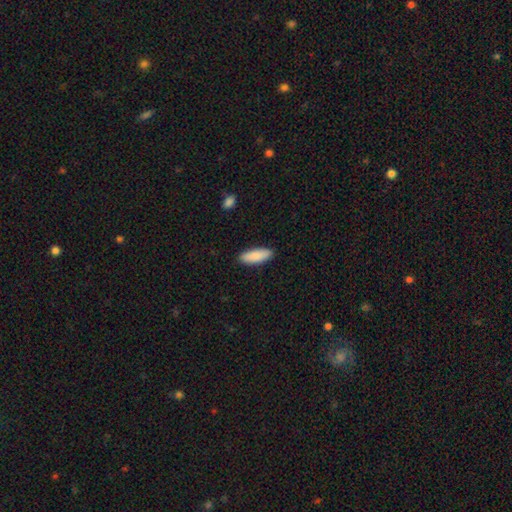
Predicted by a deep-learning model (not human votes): Smooth or featured?
  - smooth: 89% *
  - star or artifact: 6%
  - featured or disk: 5%
How rounded?
  - in between: 63% *
  - cigar-shaped: 36%
  - round: 2%
Merging?
  - none: 90% *
  - minor disturbance: 8%
  - major disturbance: 2%
  - merger: 1%